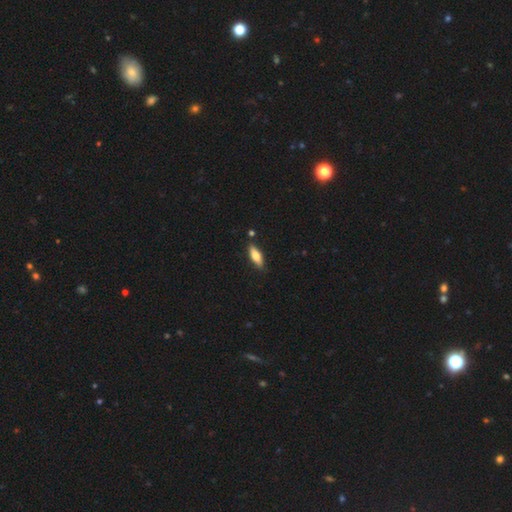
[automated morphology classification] type=smooth (66%); roundness=in between (53%); merging=none (85%).